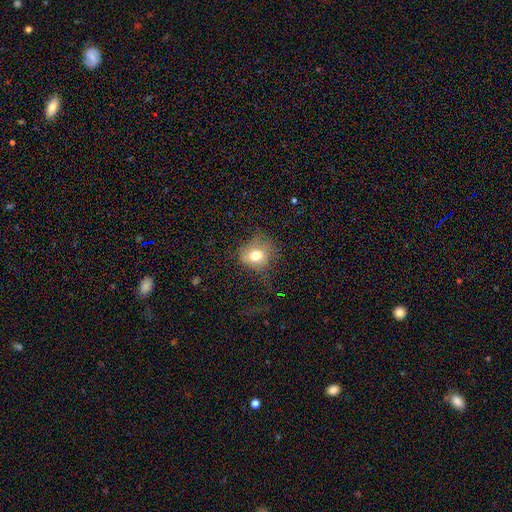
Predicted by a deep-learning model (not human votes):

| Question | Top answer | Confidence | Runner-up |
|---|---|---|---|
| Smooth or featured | smooth | 72% | featured or disk (16%) |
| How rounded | round | 65% | in between (34%) |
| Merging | none | 49% | major disturbance (25%) |